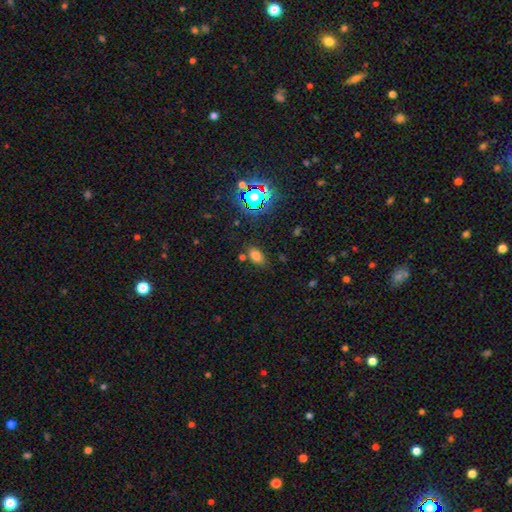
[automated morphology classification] Smooth or featured?
  - smooth: 74% *
  - star or artifact: 18%
  - featured or disk: 8%
How rounded?
  - in between: 86% *
  - round: 11%
  - cigar-shaped: 3%
Merging?
  - none: 76% *
  - minor disturbance: 13%
  - merger: 7%
  - major disturbance: 4%